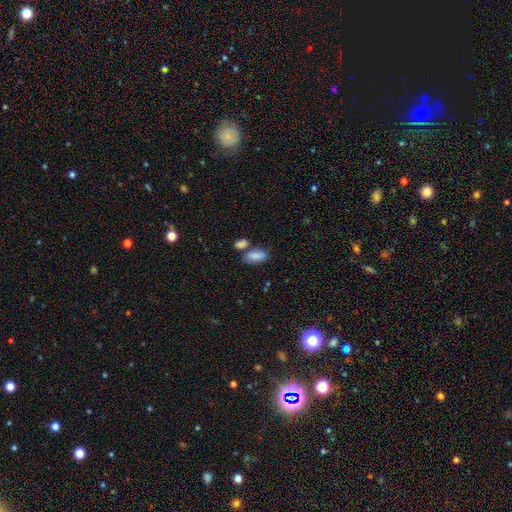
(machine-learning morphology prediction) smooth_or_featured: smooth (p=0.83) [alt: featured or disk p=0.09]
how_rounded: in between (p=0.87) [alt: cigar-shaped p=0.10]
merging: none (p=0.51) [alt: merger p=0.28]